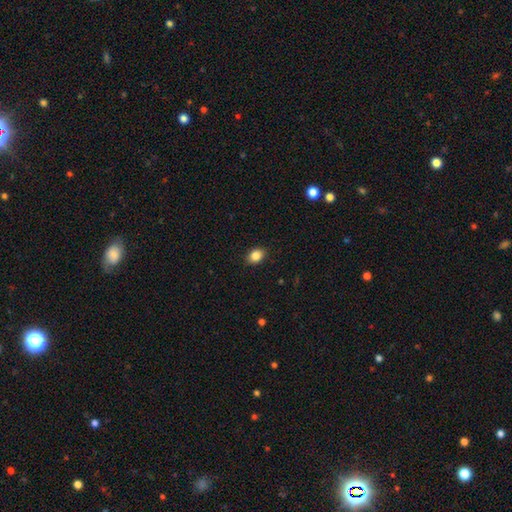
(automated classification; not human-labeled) A smooth galaxy with no disk features (86%) that is in between round and cigar-shaped (65%). Merging: none (89%).